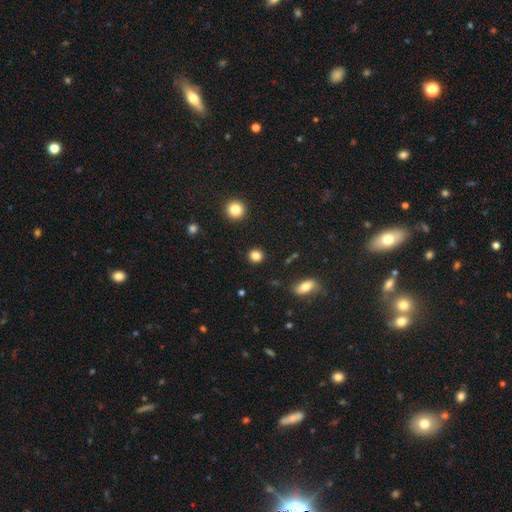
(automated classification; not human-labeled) Smooth or featured? smooth (84%)
How rounded? round (87%)
Merging? none (90%)